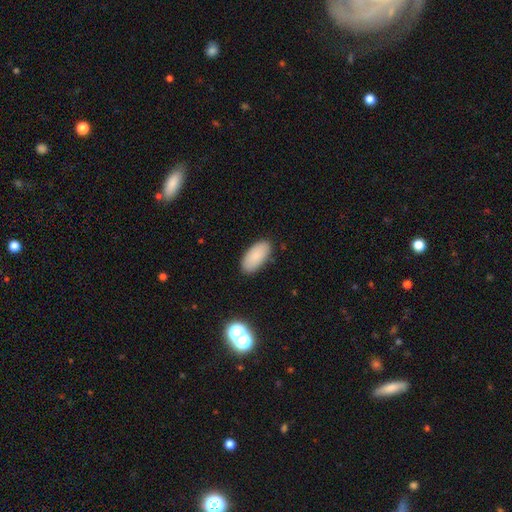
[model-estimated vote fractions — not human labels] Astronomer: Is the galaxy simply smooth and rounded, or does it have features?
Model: smooth — 85%.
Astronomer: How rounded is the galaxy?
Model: in between — 93%.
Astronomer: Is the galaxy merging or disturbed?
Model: none — 87%.